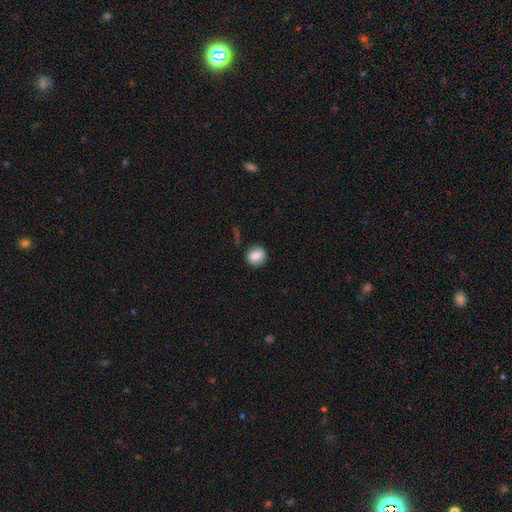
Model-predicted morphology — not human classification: type=smooth (80%); roundness=round (88%); merging=none (85%).